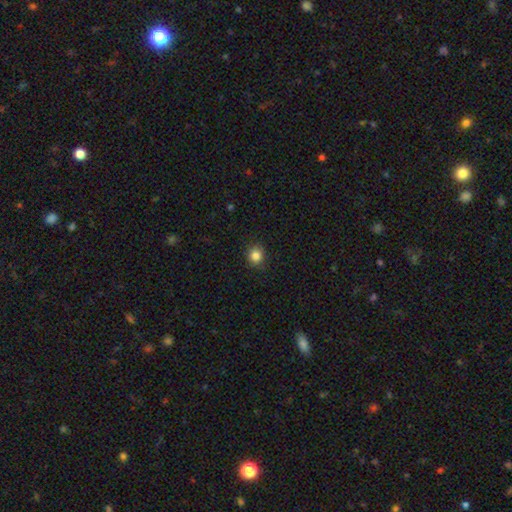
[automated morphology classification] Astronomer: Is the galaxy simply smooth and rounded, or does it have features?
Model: smooth — 85%.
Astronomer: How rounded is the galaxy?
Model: round — 86%.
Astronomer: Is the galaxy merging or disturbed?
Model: none — 89%.